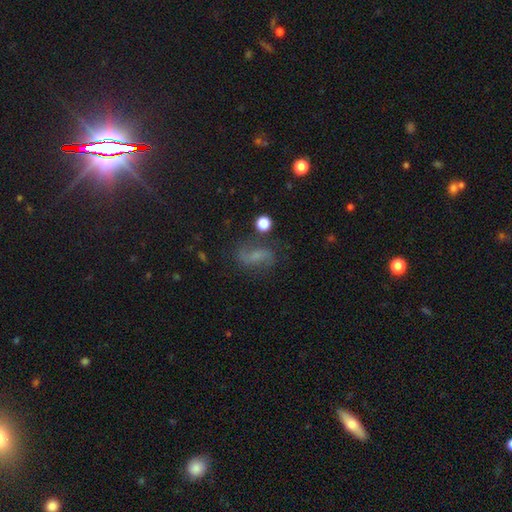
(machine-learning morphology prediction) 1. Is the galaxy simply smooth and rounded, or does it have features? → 48% featured or disk, 33% smooth, 19% star or artifact.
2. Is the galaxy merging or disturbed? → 65% none, 19% minor disturbance, 11% major disturbance, 5% merger.